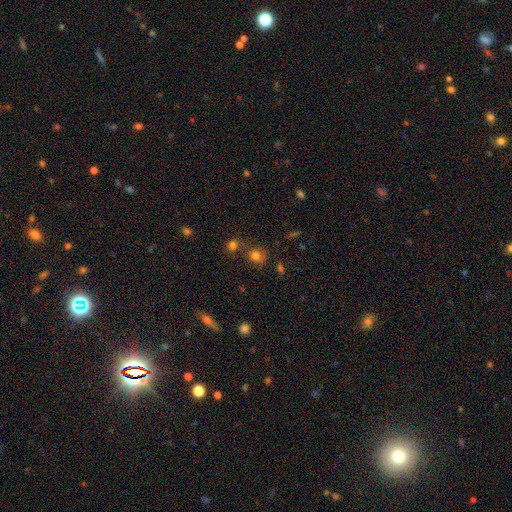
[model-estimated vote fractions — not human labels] A smooth galaxy with no disk features (75%) that is round (82%). Merging: none (63%).